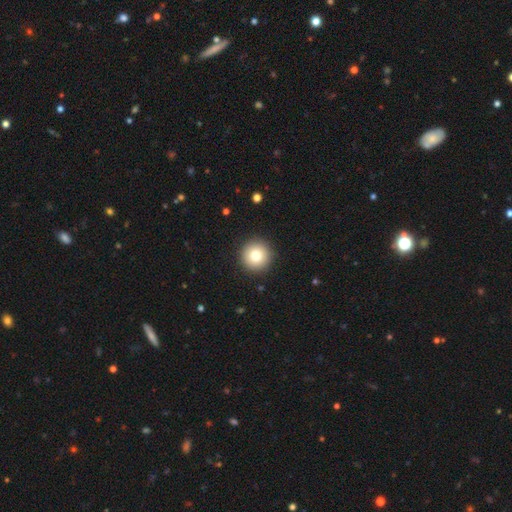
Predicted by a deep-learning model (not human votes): Overall: smooth (78%). How rounded: round (96%). Merging: none (92%).